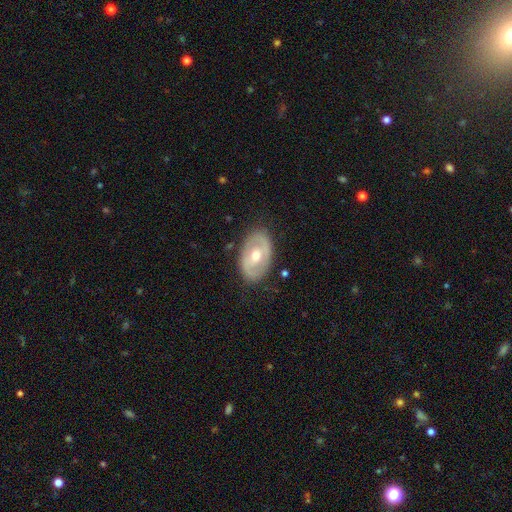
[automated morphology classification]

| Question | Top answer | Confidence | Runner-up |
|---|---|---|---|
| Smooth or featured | featured or disk | 66% | smooth (29%) |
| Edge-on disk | no | 93% | yes (7%) |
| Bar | no | 47% | weak (35%) |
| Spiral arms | no | 57% | yes (43%) |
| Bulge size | moderate | 67% | small (28%) |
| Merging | none | 82% | minor disturbance (13%) |